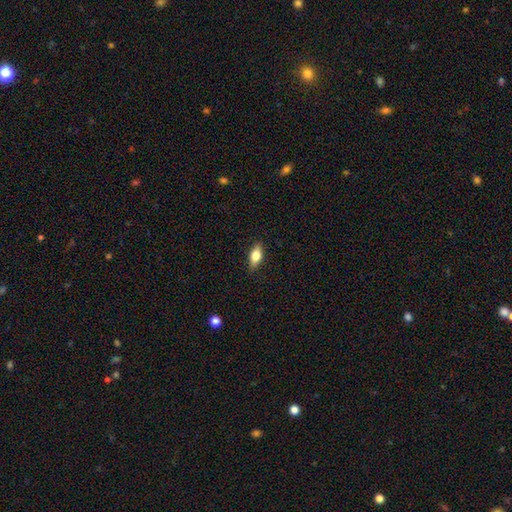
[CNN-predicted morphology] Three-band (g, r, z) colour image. It shows a smooth galaxy with no disk features (72%) that is in between round and cigar-shaped (80%). Merging: none (87%).